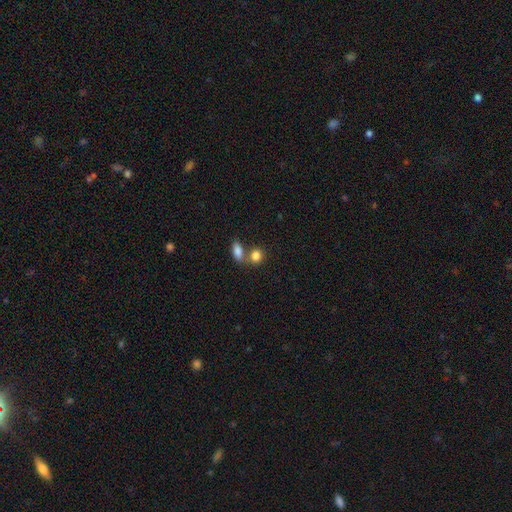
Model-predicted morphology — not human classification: This appears to be a smooth galaxy with no disk features (83%) that is in between round and cigar-shaped (52%). Merging: merger (48%).